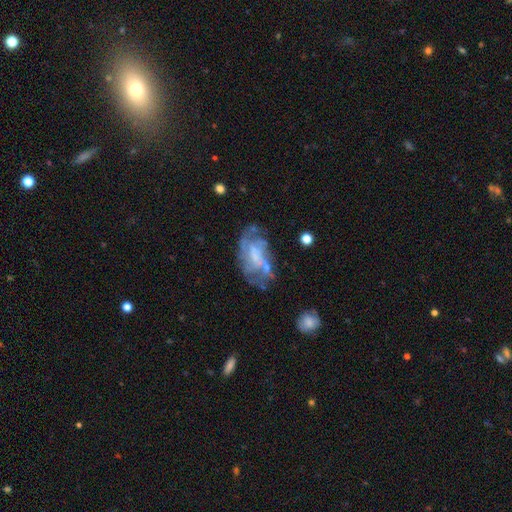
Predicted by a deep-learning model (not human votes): This is likely a featured or disk galaxy (69%). It is clearly not viewed edge-on (96%). Bar: likely no (60%). Spiral arm pattern: likely yes (62%). Central bulge: marginally none (42%). Merging: possibly none (47%).